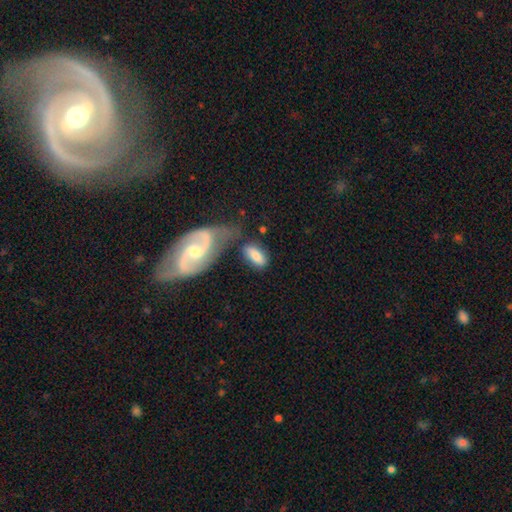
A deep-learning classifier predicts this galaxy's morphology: A smooth galaxy with no disk features (71%) that is in between round and cigar-shaped (87%). Merging: none (56%).